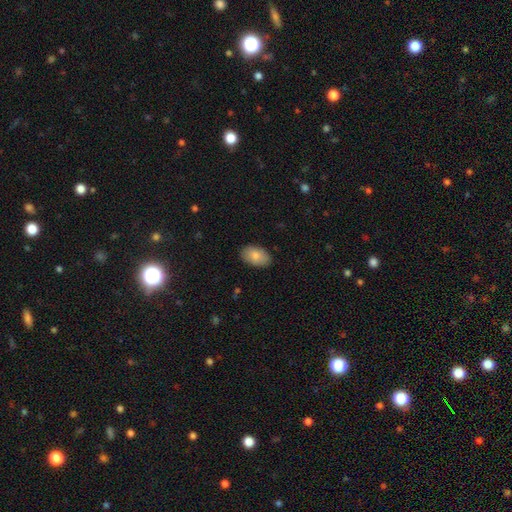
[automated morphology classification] Smooth or featured?
  - smooth: 84% *
  - featured or disk: 10%
  - star or artifact: 6%
How rounded?
  - in between: 92% *
  - round: 7%
  - cigar-shaped: 1%
Merging?
  - none: 87% *
  - minor disturbance: 10%
  - major disturbance: 2%
  - merger: 1%